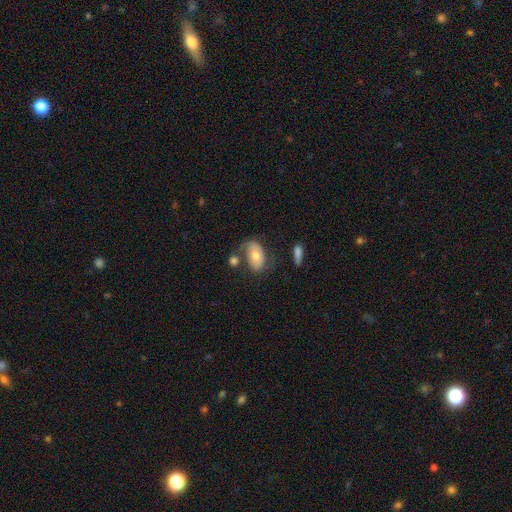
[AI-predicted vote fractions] A smooth galaxy with no disk features (55%) that is in between round and cigar-shaped (88%).

Vote fractions:
- Smooth or featured? smooth: 55% / featured or disk: 38% / star or artifact: 7%
- How rounded? in between: 88% / round: 10% / cigar-shaped: 2%
- Merging? none: 49% / minor disturbance: 22% / major disturbance: 15% / merger: 14%